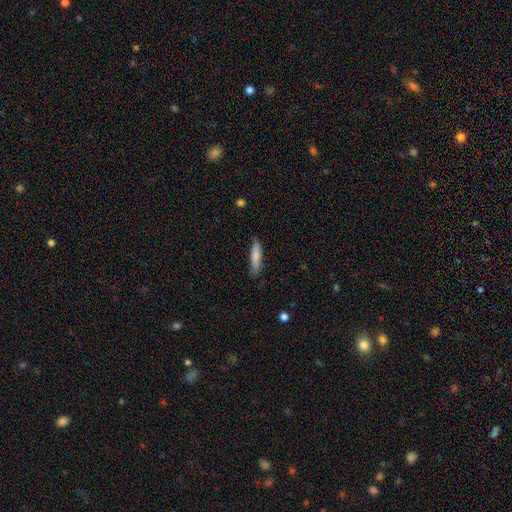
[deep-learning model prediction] Smooth or featured: smooth — 78% (featured or disk — 17%)
How rounded: cigar-shaped — 77% (in between — 22%)
Merging: none — 82% (minor disturbance — 14%)